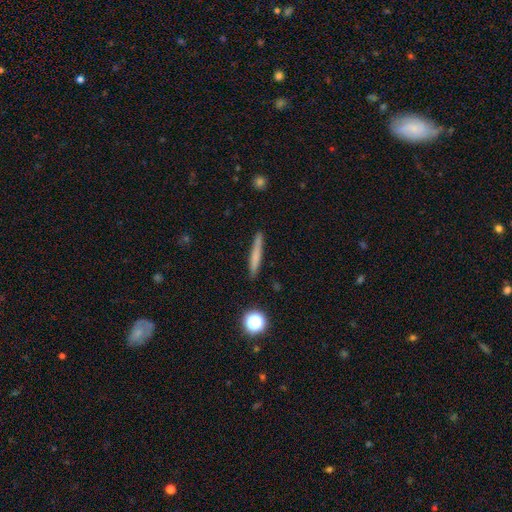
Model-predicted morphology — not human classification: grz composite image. It shows a smooth galaxy with no disk features (65%) that is cigar-shaped (94%). Merging: none (89%).